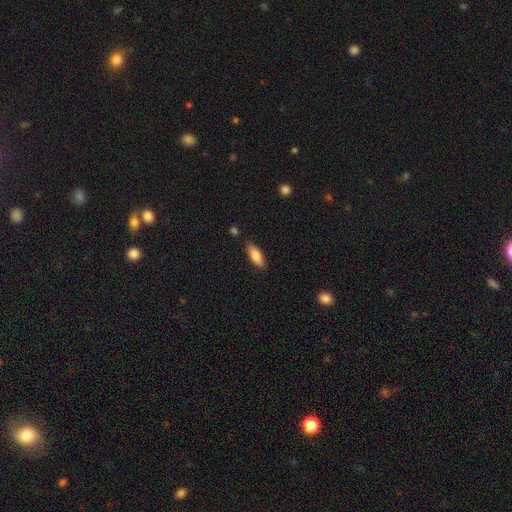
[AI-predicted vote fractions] A smooth galaxy with no disk features (83%) that is in between round and cigar-shaped (71%).

Vote fractions:
- Smooth or featured? smooth: 83% / featured or disk: 10% / star or artifact: 6%
- How rounded? in between: 71% / cigar-shaped: 27% / round: 2%
- Merging? none: 83% / minor disturbance: 13% / major disturbance: 2% / merger: 2%